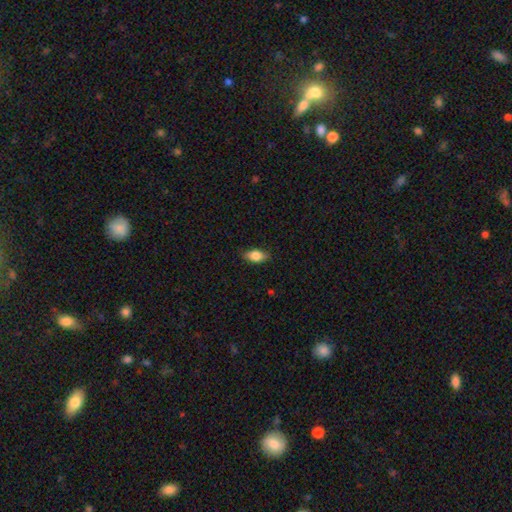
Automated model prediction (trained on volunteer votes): Overall: smooth (81%). How rounded: in between (86%). Merging: none (84%).